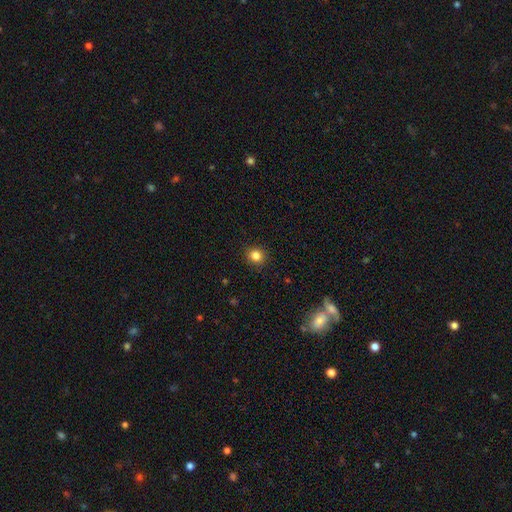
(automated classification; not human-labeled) smooth 83%, star or artifact 12%, featured or disk 5%. Down the decision tree: how rounded — round (86%); merging — none (91%).